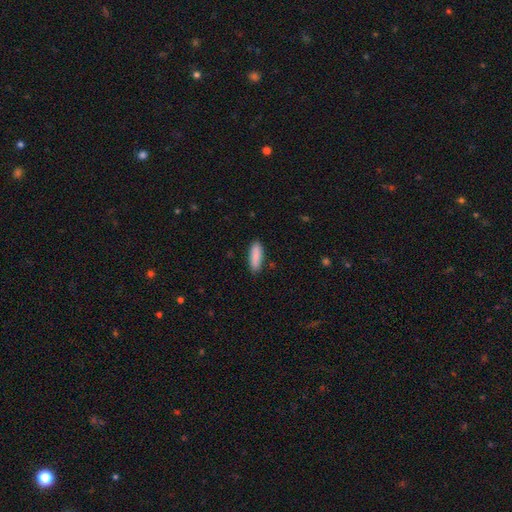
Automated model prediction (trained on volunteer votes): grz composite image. It shows a smooth galaxy with no disk features (89%) that is in between round and cigar-shaped (51%). Merging: none (86%).